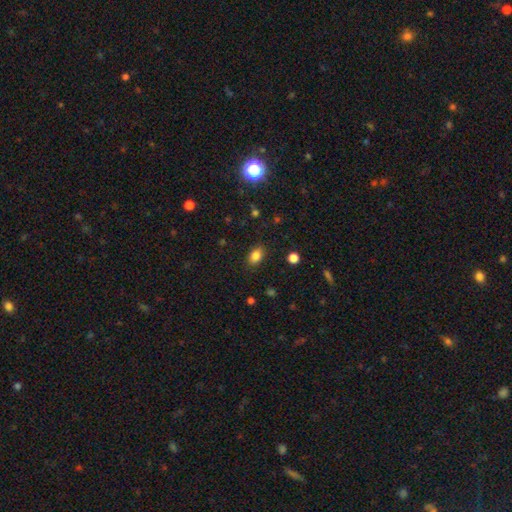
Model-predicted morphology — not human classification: Smooth or featured? smooth (84%)
How rounded? in between (79%)
Merging? none (86%)